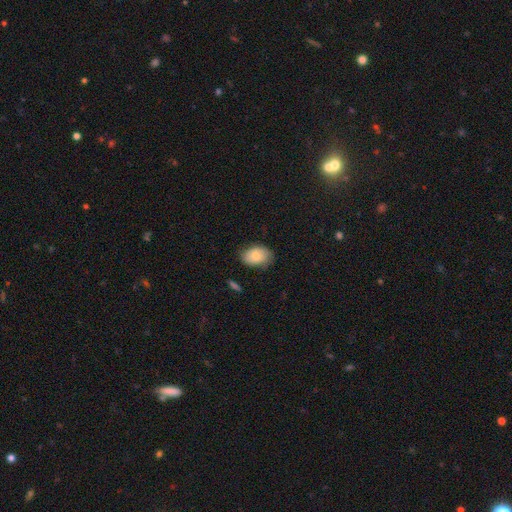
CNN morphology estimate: smooth_or_featured: smooth (p=0.73) [alt: featured or disk p=0.20]
how_rounded: in between (p=0.84) [alt: round p=0.15]
merging: none (p=0.71) [alt: minor disturbance p=0.23]